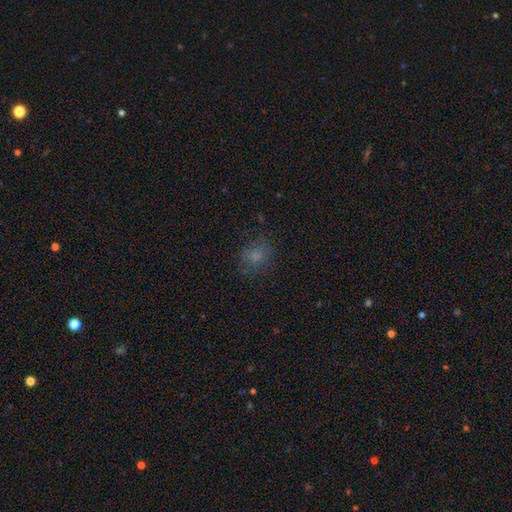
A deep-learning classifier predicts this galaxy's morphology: Smooth or featured? Predicted: smooth (p=0.66). How rounded? Predicted: round (p=0.64). Merging? Predicted: none (p=0.69).